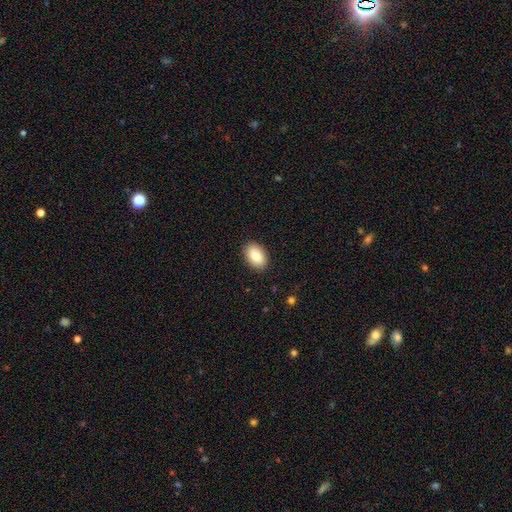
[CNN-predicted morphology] Q: Smooth or featured?
A: smooth (83%); runner-up: featured or disk (10%)
Q: How rounded?
A: in between (88%); runner-up: round (10%)
Q: Merging?
A: none (90%); runner-up: minor disturbance (7%)